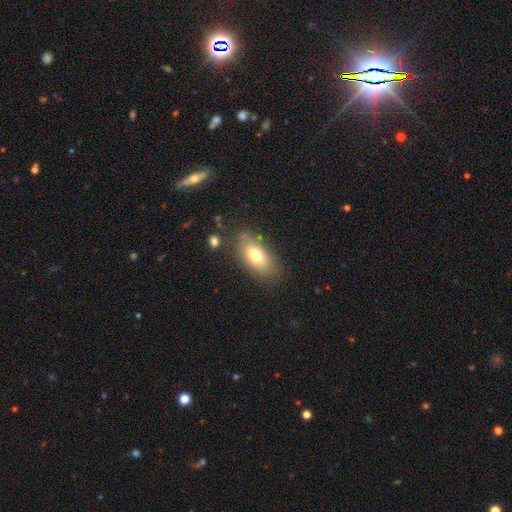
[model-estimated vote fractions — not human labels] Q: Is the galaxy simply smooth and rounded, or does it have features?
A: smooth — 73%.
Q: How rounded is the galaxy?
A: in between — 88%.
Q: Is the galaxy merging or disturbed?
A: none — 76%.